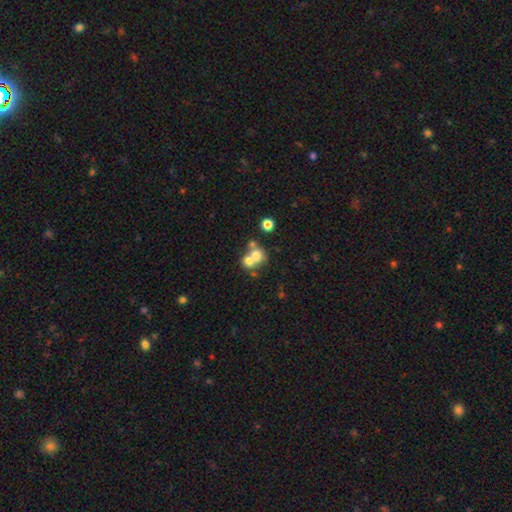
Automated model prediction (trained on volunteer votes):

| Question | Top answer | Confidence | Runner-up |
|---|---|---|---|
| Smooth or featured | smooth | 67% | featured or disk (21%) |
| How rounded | round | 78% | in between (21%) |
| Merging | merger | 59% | none (31%) |